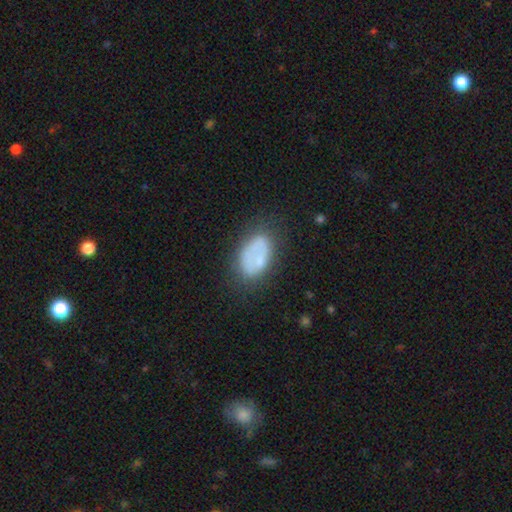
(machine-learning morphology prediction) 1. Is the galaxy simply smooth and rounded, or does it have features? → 62% smooth, 29% featured or disk, 9% star or artifact.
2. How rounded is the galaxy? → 89% in between, 10% round, 2% cigar-shaped.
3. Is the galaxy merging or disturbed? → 61% none, 23% minor disturbance, 12% major disturbance, 5% merger.